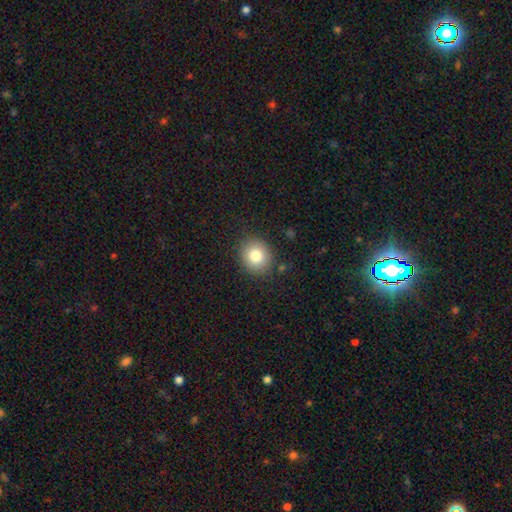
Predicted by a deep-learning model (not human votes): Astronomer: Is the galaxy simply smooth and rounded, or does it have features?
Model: smooth — 81%.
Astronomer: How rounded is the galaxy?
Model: round — 73%.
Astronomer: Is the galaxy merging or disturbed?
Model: none — 87%.